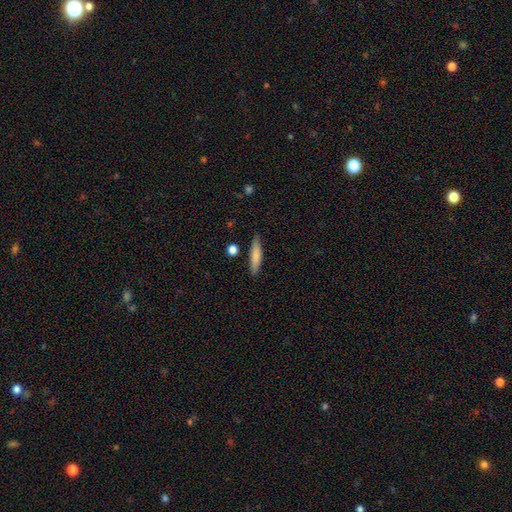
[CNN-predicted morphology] smooth_or_featured: smooth (p=0.77) [alt: featured or disk p=0.17]
how_rounded: cigar-shaped (p=0.84) [alt: in between p=0.15]
merging: none (p=0.85) [alt: minor disturbance p=0.10]